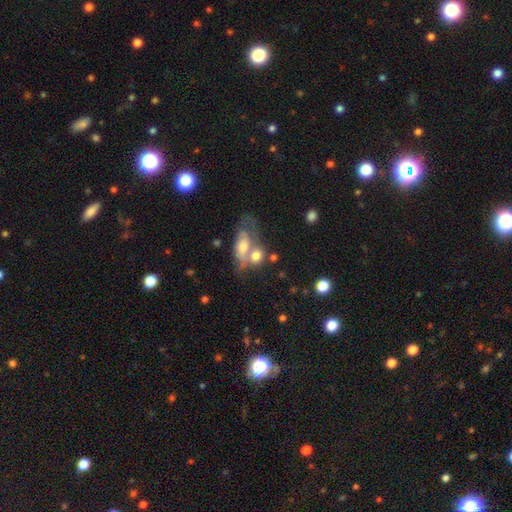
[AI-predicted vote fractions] smooth_or_featured: smooth (p=0.66) [alt: featured or disk p=0.25]
how_rounded: in between (p=0.55) [alt: round p=0.39]
merging: merger (p=0.53) [alt: none p=0.27]